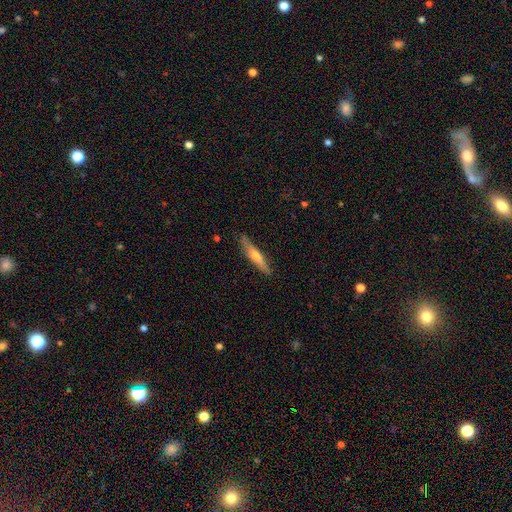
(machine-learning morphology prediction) Smooth or featured? featured or disk (58%)
Edge-on disk? yes (94%)
Edge-on bulge? rounded (82%)
Merging? none (87%)